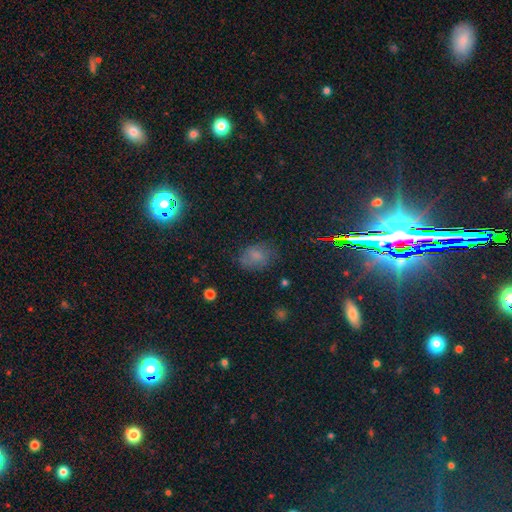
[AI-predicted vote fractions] Smooth or featured? smooth (60%)
How rounded? in between (68%)
Merging? none (68%)